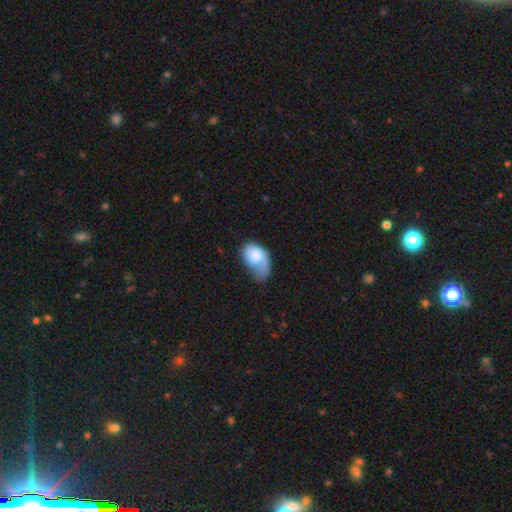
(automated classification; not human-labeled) Overall: smooth (72%). How rounded: in between (89%). Merging: minor disturbance (37%; major disturbance 36%).